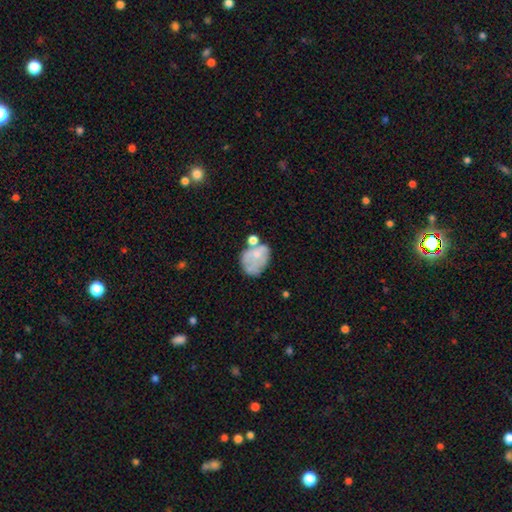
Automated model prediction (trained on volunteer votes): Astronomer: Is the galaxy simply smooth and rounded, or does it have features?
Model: smooth — 52% (runner-up: featured or disk, 38%).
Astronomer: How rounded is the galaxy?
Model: in between — 64%.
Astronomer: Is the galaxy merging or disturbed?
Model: none — 36% (runner-up: minor disturbance, 24%).